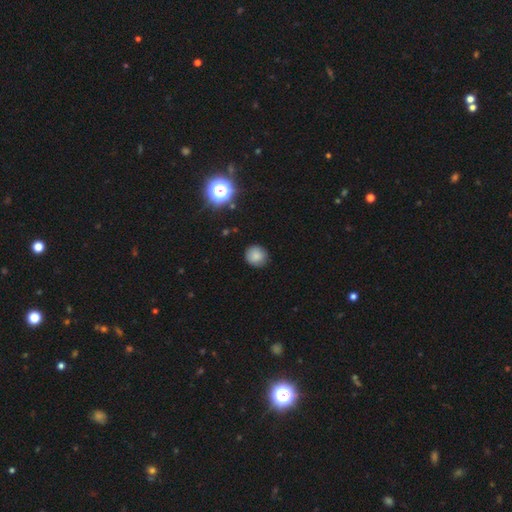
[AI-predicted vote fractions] Q: Smooth or featured?
A: smooth (82%); runner-up: star or artifact (12%)
Q: How rounded?
A: round (90%); runner-up: in between (9%)
Q: Merging?
A: none (88%); runner-up: minor disturbance (9%)